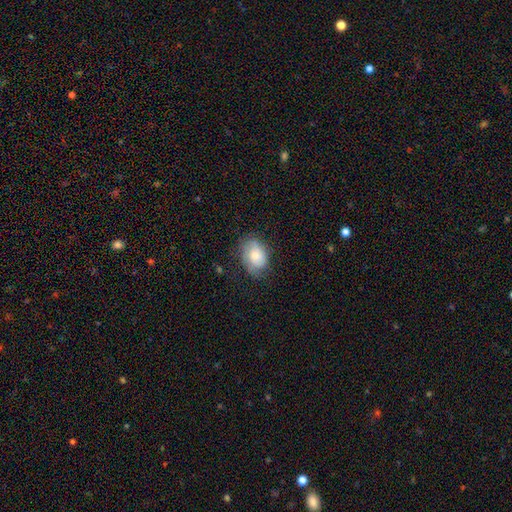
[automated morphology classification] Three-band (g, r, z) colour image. It shows a smooth galaxy with no disk features (65%) that is in between round and cigar-shaped (76%). Merging: none (66%).